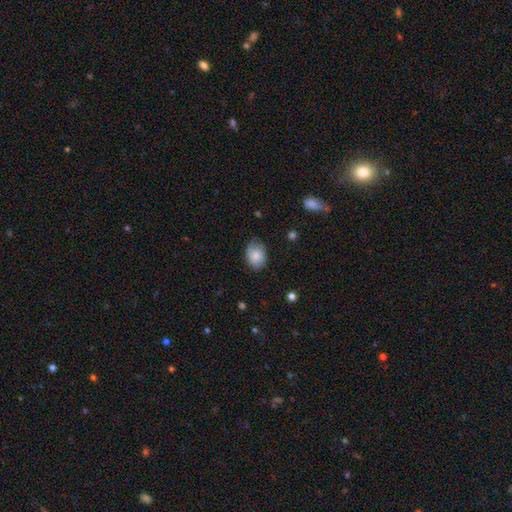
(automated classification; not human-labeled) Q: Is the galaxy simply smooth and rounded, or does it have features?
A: smooth — 80%.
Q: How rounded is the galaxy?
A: in between — 70%.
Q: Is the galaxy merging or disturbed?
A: none — 63%.